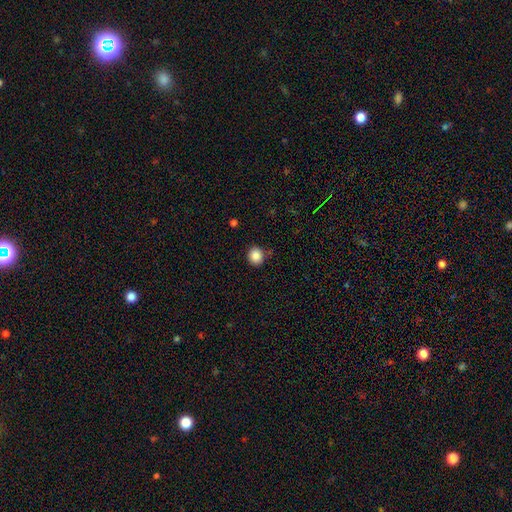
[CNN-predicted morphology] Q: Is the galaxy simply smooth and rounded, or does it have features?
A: smooth — 86%.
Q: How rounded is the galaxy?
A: round — 84%.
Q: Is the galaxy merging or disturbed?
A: none — 81%.